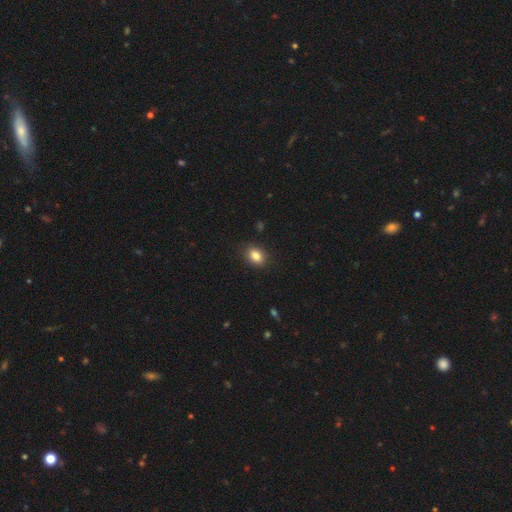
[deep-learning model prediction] Overall: smooth (84%). How rounded: in between (70%). Merging: none (86%).